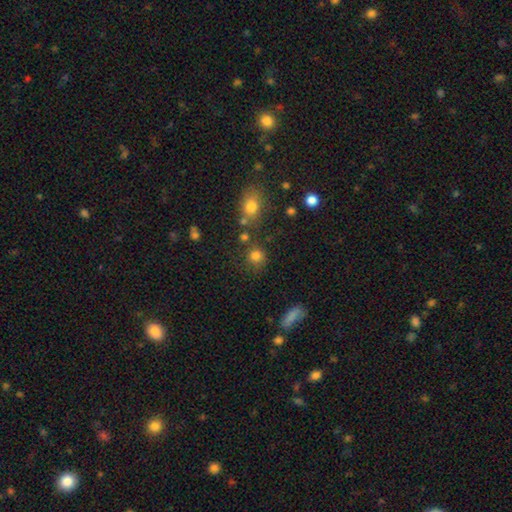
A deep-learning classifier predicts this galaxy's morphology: A smooth galaxy with no disk features (78%) that is round (84%). Merging: none (69%).